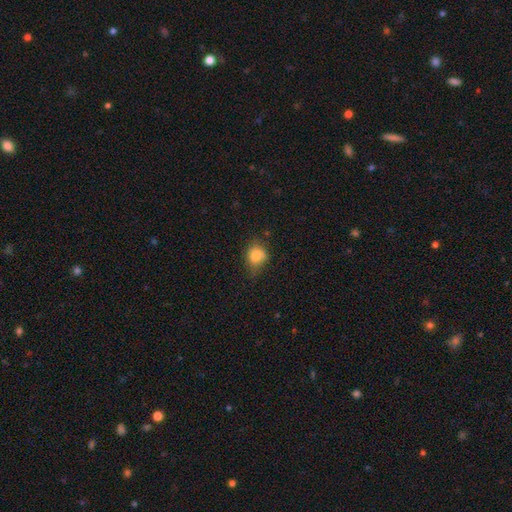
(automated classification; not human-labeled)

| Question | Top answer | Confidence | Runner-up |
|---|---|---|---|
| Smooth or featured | smooth | 79% | star or artifact (11%) |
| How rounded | round | 61% | in between (38%) |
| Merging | none | 50% | minor disturbance (36%) |